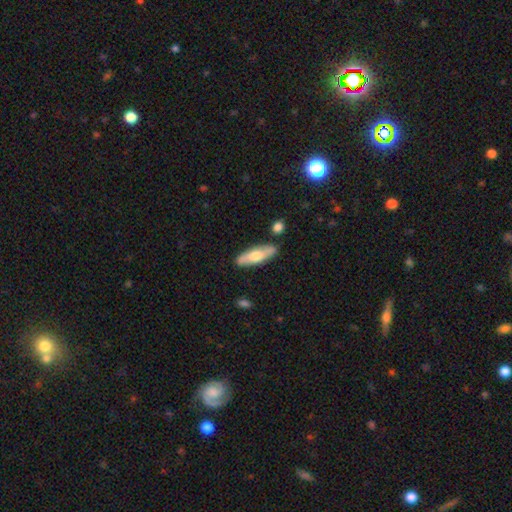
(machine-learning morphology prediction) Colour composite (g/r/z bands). It shows a smooth galaxy with no disk features (58%) that is cigar-shaped (52%). Merging: none (82%).